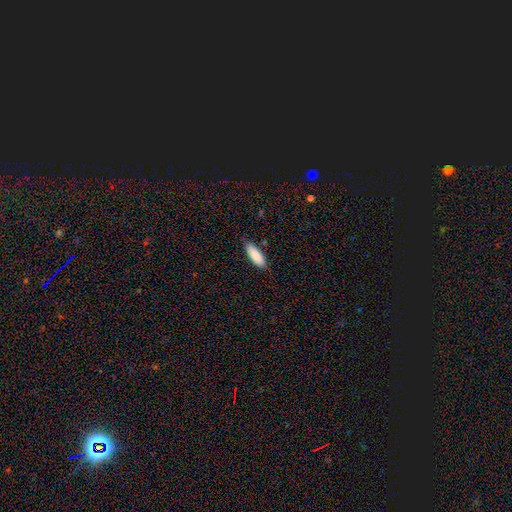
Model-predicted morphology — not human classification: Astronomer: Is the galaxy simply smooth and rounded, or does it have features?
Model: smooth — 87%.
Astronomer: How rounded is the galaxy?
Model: in between — 65%.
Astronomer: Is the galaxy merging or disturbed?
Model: none — 82%.